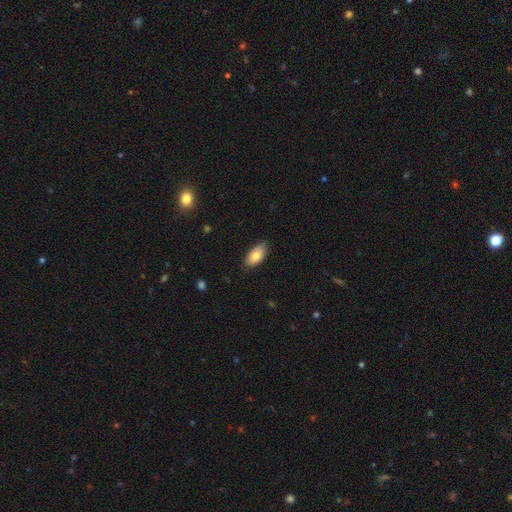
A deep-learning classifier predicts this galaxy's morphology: smooth-or-featured: smooth: 80% | featured or disk: 14% | star or artifact: 7%
  how-rounded: in between: 92% | cigar-shaped: 5% | round: 3%
  merging: none: 81% | minor disturbance: 16% | major disturbance: 2% | merger: 1%